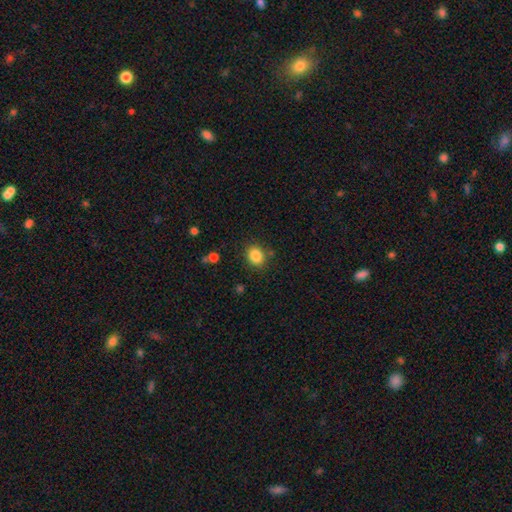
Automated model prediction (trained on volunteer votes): Morphology: type=smooth (85%); roundness=round (57%); merging=none (83%).